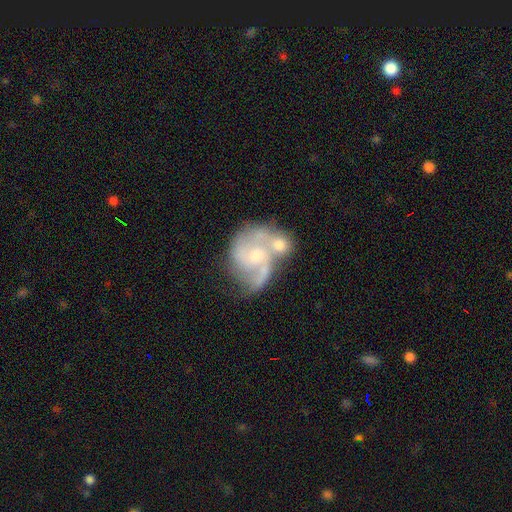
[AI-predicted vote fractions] Smooth or featured: featured or disk — 81% (smooth — 12%)
Edge-on disk: no — 98% (yes — 2%)
Bar: no — 57% (weak — 36%)
Spiral arms: yes — 91% (no — 9%)
Spiral winding: medium — 52% (loose — 27%)
Spiral arm count: 2 — 65% (can't tell — 12%)
Bulge size: moderate — 45% (small — 43%)
Merging: merger — 43% (none — 28%)